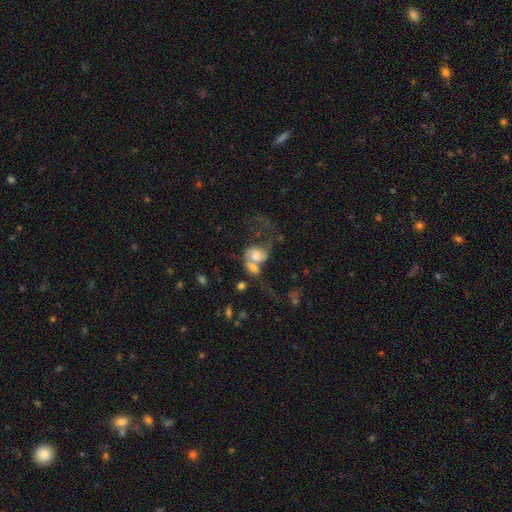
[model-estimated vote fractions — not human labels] A smooth galaxy with no disk features (46%). Merging: merger (65%).